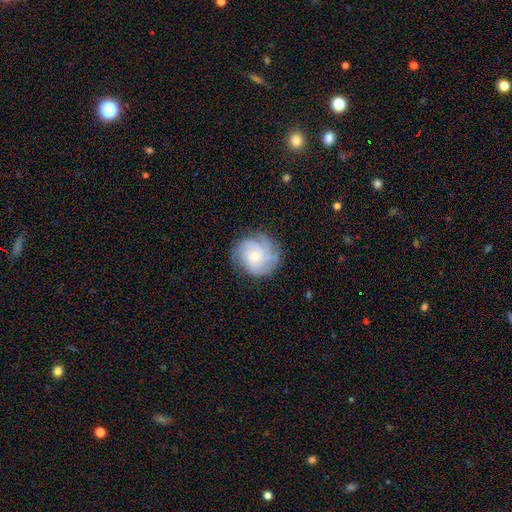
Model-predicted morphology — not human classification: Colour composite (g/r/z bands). It shows a featured or disk galaxy (70%) with no bar (72%), tight (59%) spiral arms (93%) and a small central bulge (56%). Merging: none (74%).